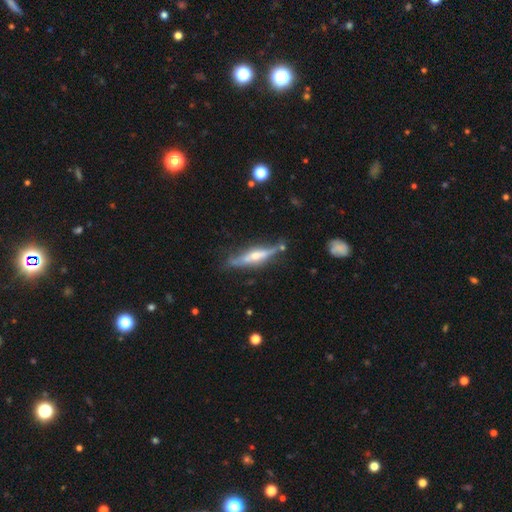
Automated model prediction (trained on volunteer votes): Smooth or featured? featured or disk (74%)
Edge-on disk? yes (93%)
Edge-on bulge? rounded (85%)
Merging? none (74%)